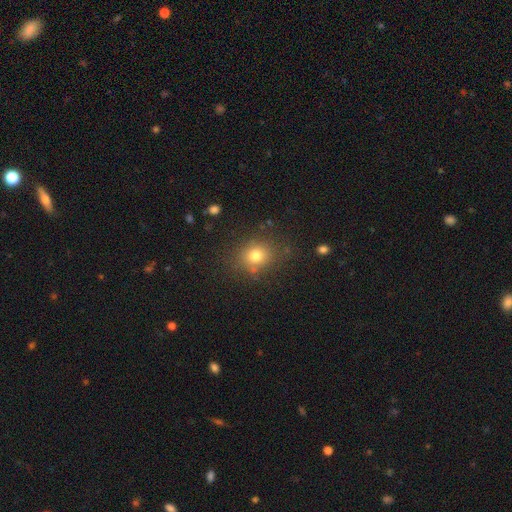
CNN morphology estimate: smooth-or-featured: smooth: 76% | star or artifact: 15% | featured or disk: 10%
  how-rounded: round: 72% | in between: 27% | cigar-shaped: 1%
  merging: none: 80% | minor disturbance: 12% | major disturbance: 5% | merger: 3%